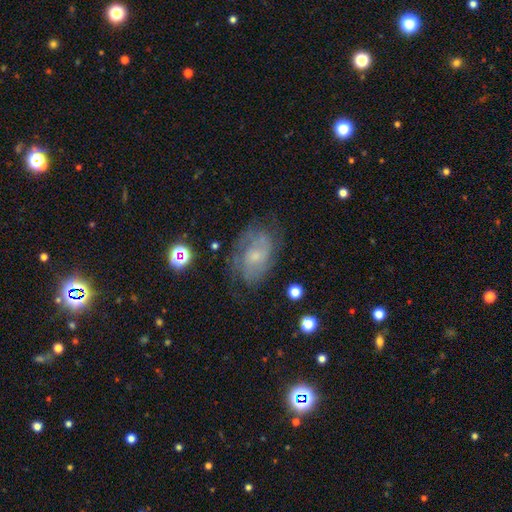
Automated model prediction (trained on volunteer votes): Smooth or featured: featured or disk — 66% (smooth — 23%)
Edge-on disk: no — 96% (yes — 4%)
Bar: no — 68% (weak — 28%)
Spiral arms: yes — 82% (no — 18%)
Spiral winding: tight — 46% (medium — 39%)
Spiral arm count: 2 — 40% (tied with can't tell — 40%)
Bulge size: small — 63% (moderate — 28%)
Merging: none — 63% (minor disturbance — 22%)